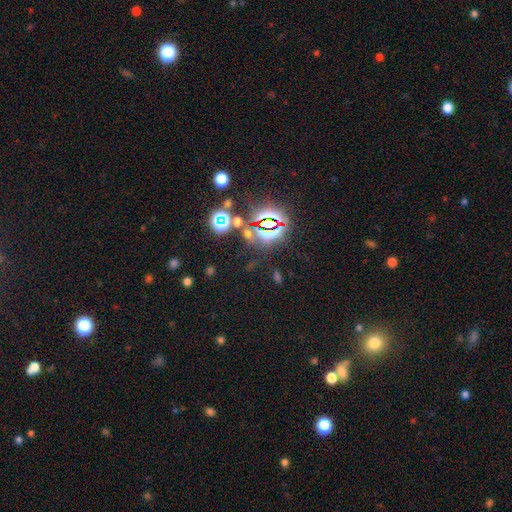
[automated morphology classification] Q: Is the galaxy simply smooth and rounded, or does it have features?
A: star or artifact — 80%.